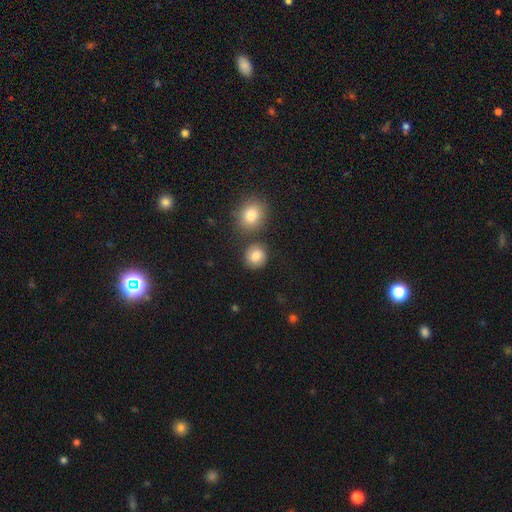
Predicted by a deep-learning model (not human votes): Smooth or featured? Predicted: smooth (p=0.81). How rounded? Predicted: round (p=0.85). Merging? Predicted: none (p=0.79).